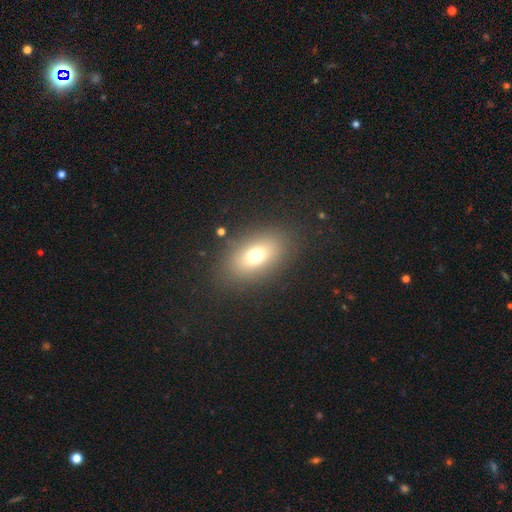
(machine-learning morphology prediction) smooth_or_featured: smooth (p=0.70) [alt: featured or disk p=0.16]
how_rounded: in between (p=0.81) [alt: round p=0.17]
merging: none (p=0.84) [alt: minor disturbance p=0.09]